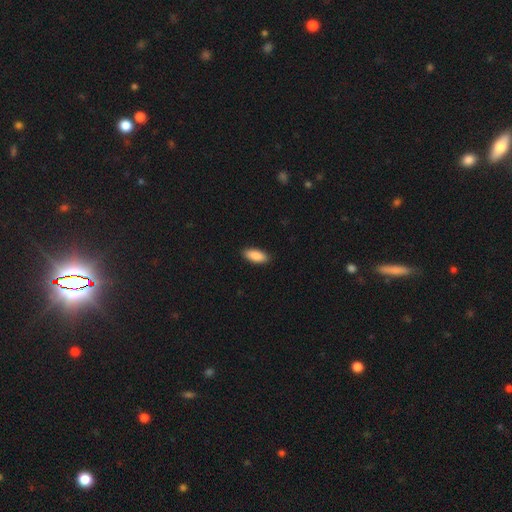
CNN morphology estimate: This is clearly a smooth galaxy (89%). How rounded: clearly in between (85%). Merging: clearly none (90%).